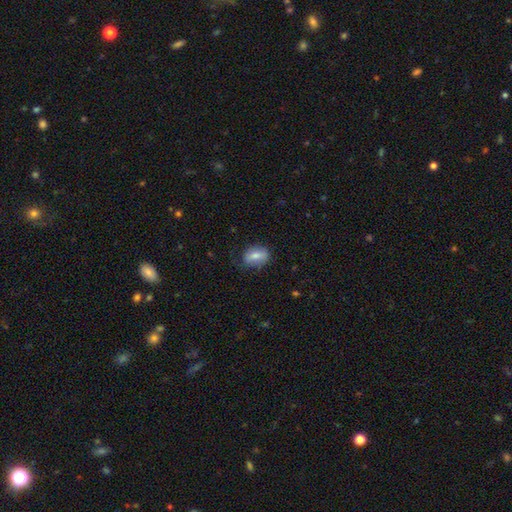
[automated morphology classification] smooth_or_featured: smooth (p=0.74) [alt: featured or disk p=0.19]
how_rounded: in between (p=0.77) [alt: round p=0.21]
merging: none (p=0.68) [alt: minor disturbance p=0.25]